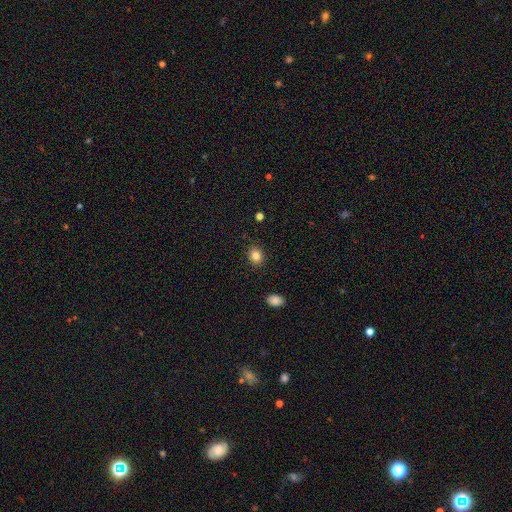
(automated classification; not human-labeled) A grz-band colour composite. It shows a smooth galaxy with no disk features (84%) that is round (58%). Merging: none (89%).